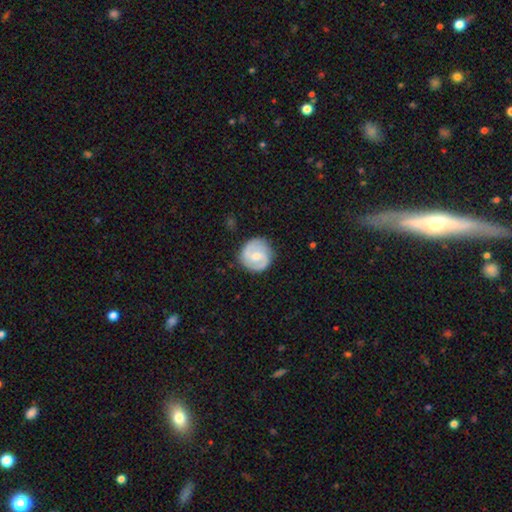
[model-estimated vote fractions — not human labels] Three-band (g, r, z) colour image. It shows a featured or disk galaxy (77%) with a weak bar (51%), 2 (88%) medium (46%) spiral arms (94%) and a moderate central bulge (59%). Merging: none (84%).